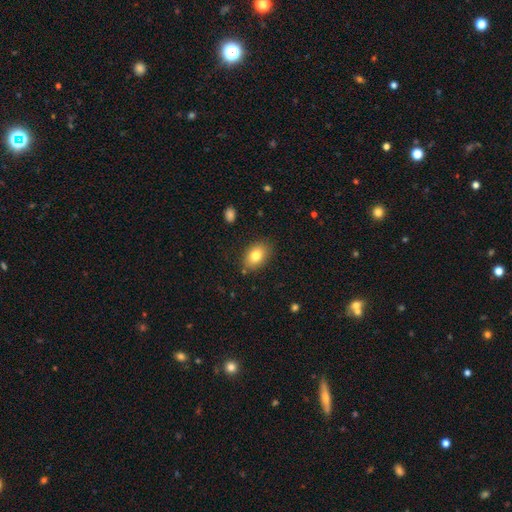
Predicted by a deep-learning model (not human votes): Q: Smooth or featured?
A: smooth (80%); runner-up: featured or disk (11%)
Q: How rounded?
A: in between (82%); runner-up: round (16%)
Q: Merging?
A: none (84%); runner-up: minor disturbance (11%)